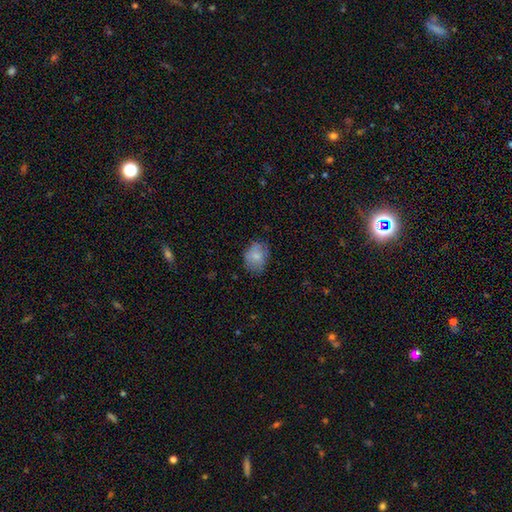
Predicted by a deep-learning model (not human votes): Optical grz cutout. It shows a smooth galaxy with no disk features (78%) that is in between round and cigar-shaped (59%). Merging: none (70%).